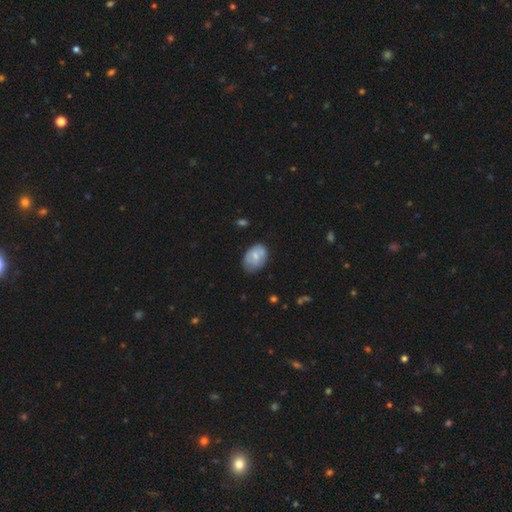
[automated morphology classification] Smooth or featured? Predicted: smooth (p=0.58). How rounded? Predicted: in between (p=0.81). Merging? Predicted: none (p=0.58).